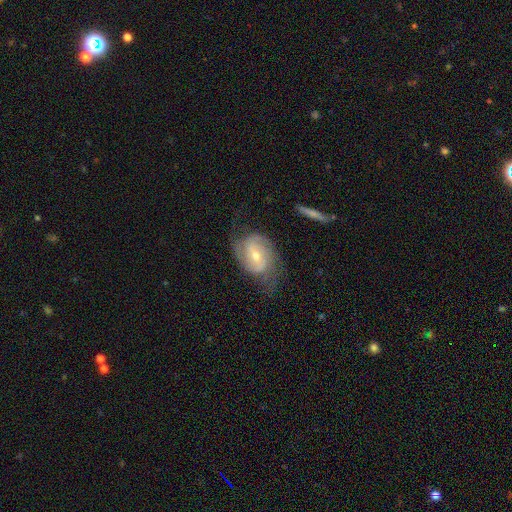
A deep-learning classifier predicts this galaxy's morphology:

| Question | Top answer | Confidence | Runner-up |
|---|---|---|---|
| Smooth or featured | featured or disk | 81% | smooth (14%) |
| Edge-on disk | no | 96% | yes (4%) |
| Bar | weak | 46% | no (39%) |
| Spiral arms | yes | 93% | no (7%) |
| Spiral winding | medium | 44% | tight (39%) |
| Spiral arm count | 2 | 67% | can't tell (16%) |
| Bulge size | moderate | 49% | small (48%) |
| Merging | none | 60% | minor disturbance (24%) |